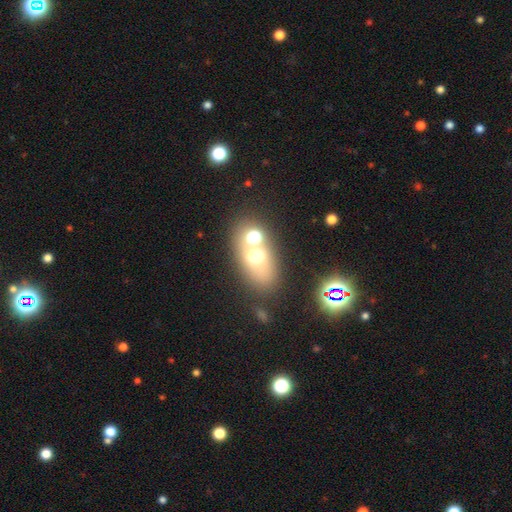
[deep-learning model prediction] smooth_or_featured: smooth (p=0.55) [alt: featured or disk p=0.24]
how_rounded: in between (p=0.65) [alt: round p=0.33]
merging: none (p=0.51) [alt: merger p=0.33]